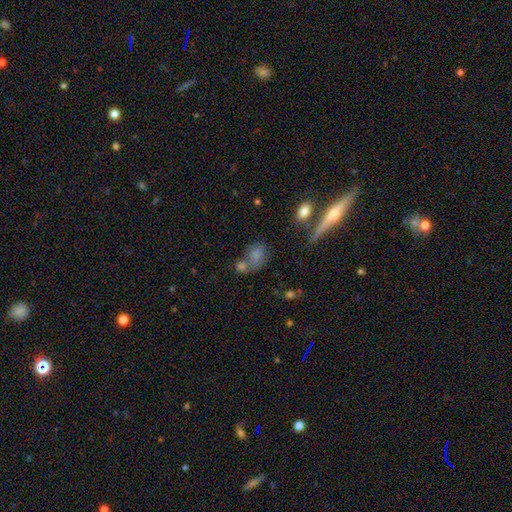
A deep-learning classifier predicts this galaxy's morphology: This is likely a smooth galaxy (67%). How rounded: likely in between (66%). Merging: marginally none (40%).